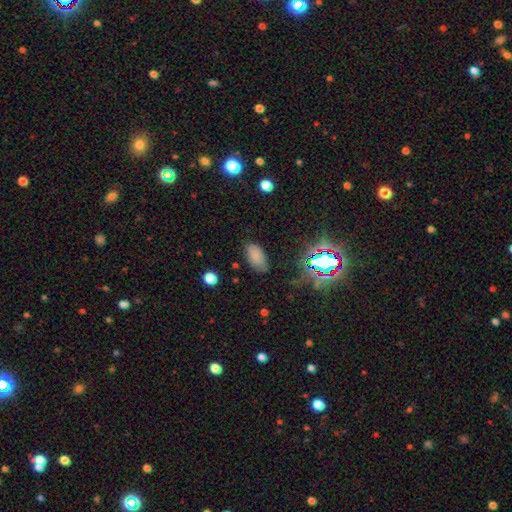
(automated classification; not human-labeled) smooth 78%, star or artifact 16%, featured or disk 6%. Down the decision tree: how rounded — in between (94%); merging — none (79%).